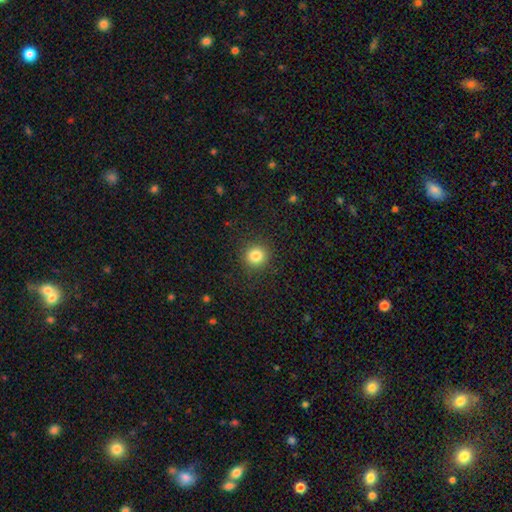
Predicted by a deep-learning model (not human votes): smooth 83%, star or artifact 11%, featured or disk 5%. Down the decision tree: how rounded — round (93%); merging — none (90%).